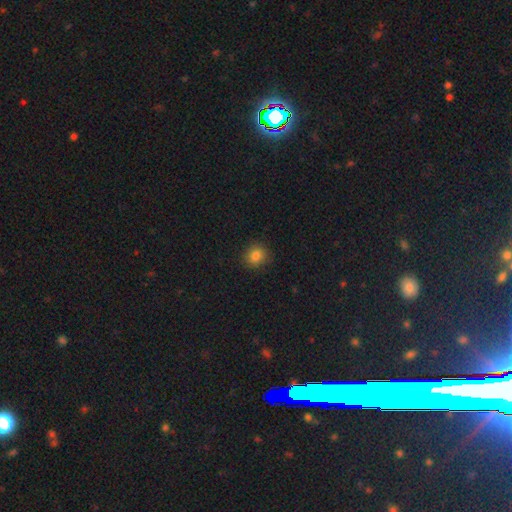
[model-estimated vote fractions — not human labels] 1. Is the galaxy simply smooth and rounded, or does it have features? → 83% smooth, 12% star or artifact, 5% featured or disk.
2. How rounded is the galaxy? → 79% round, 20% in between, 1% cigar-shaped.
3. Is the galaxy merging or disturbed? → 88% none, 9% minor disturbance, 2% major disturbance, 1% merger.